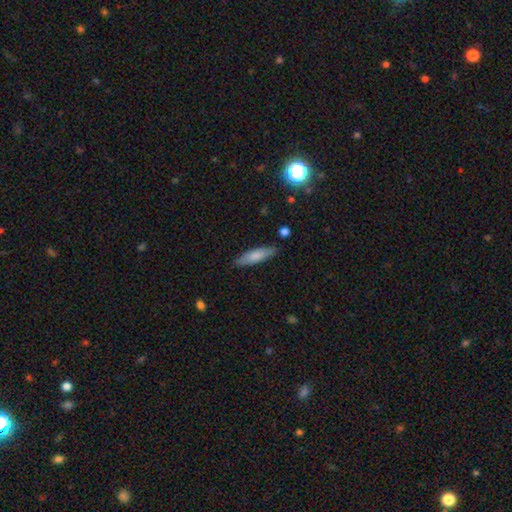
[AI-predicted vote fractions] A smooth galaxy with no disk features (76%) that is cigar-shaped (71%).

Vote fractions:
- Smooth or featured? smooth: 76% / featured or disk: 18% / star or artifact: 6%
- How rounded? cigar-shaped: 71% / in between: 27% / round: 2%
- Merging? none: 86% / minor disturbance: 11% / major disturbance: 2% / merger: 2%